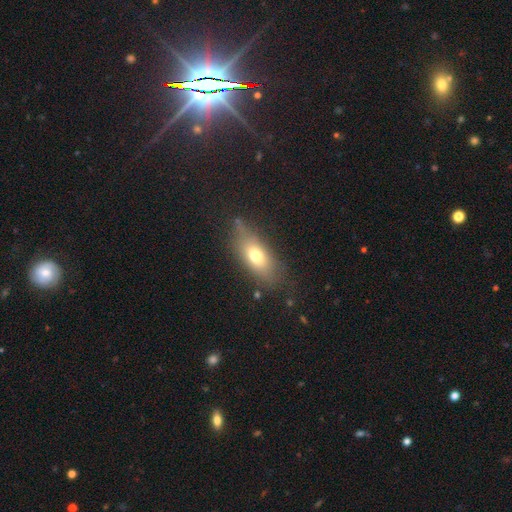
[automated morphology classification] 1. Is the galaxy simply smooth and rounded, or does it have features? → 69% smooth, 21% featured or disk, 9% star or artifact.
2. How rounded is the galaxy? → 78% in between, 16% cigar-shaped, 6% round.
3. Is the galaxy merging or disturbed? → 72% none, 18% minor disturbance, 7% major disturbance, 2% merger.